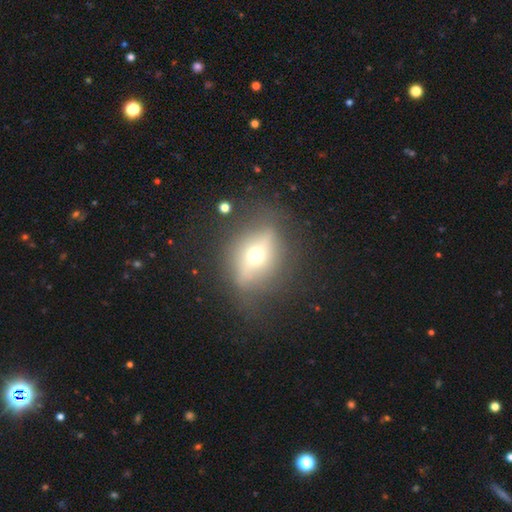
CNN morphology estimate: A featured or disk galaxy (62%). Merging: none (71%).